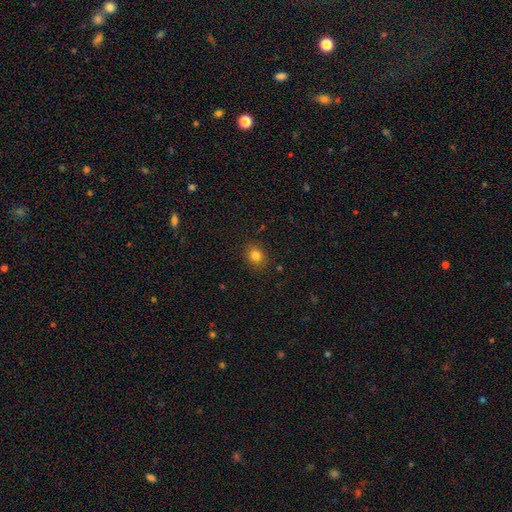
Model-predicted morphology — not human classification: smooth-or-featured: smooth: 81% | star or artifact: 13% | featured or disk: 6%
  how-rounded: round: 62% | in between: 37% | cigar-shaped: 1%
  merging: none: 86% | minor disturbance: 10% | major disturbance: 3% | merger: 1%